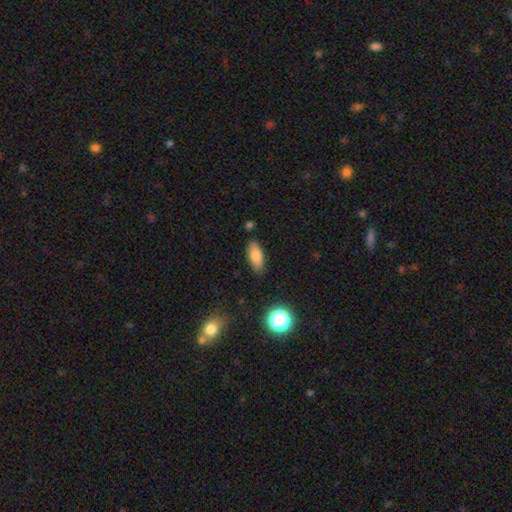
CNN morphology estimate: A smooth galaxy with no disk features (80%) that is in between round and cigar-shaped (78%).

Vote fractions:
- Smooth or featured? smooth: 80% / featured or disk: 12% / star or artifact: 9%
- How rounded? in between: 78% / cigar-shaped: 18% / round: 3%
- Merging? none: 84% / minor disturbance: 11% / major disturbance: 2% / merger: 2%